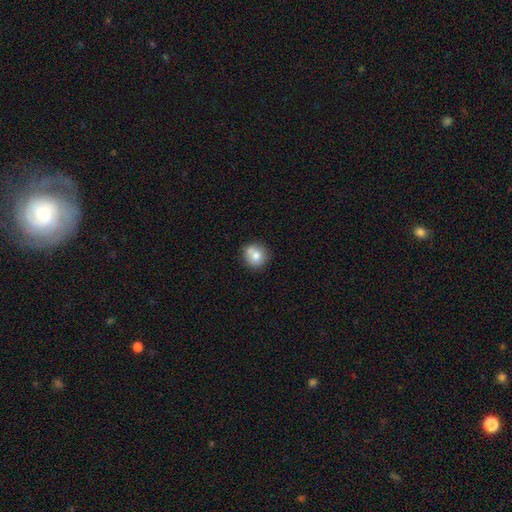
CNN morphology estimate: smooth-or-featured: smooth: 76% | featured or disk: 15% | star or artifact: 10%
  how-rounded: round: 89% | in between: 10% | cigar-shaped: 1%
  merging: none: 65% | merger: 17% | minor disturbance: 14% | major disturbance: 4%